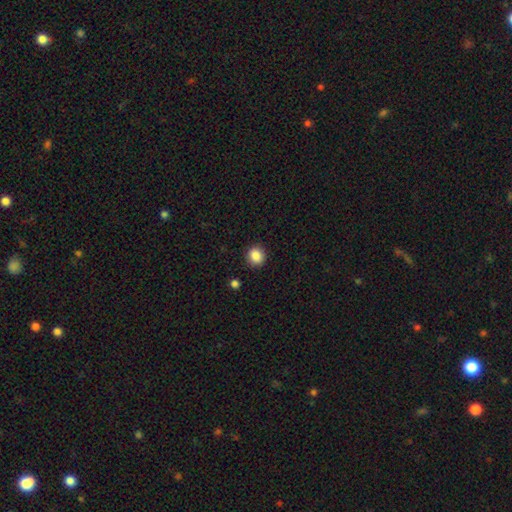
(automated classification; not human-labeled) Smooth or featured? Predicted: smooth (p=0.86). How rounded? Predicted: round (p=0.86). Merging? Predicted: none (p=0.89).